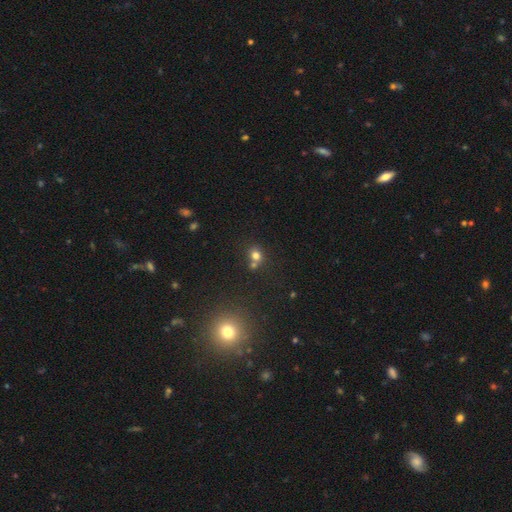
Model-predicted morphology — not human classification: smooth_or_featured: smooth (p=0.73) [alt: star or artifact p=0.17]
how_rounded: round (p=0.75) [alt: in between p=0.24]
merging: none (p=0.49) [alt: merger p=0.38]